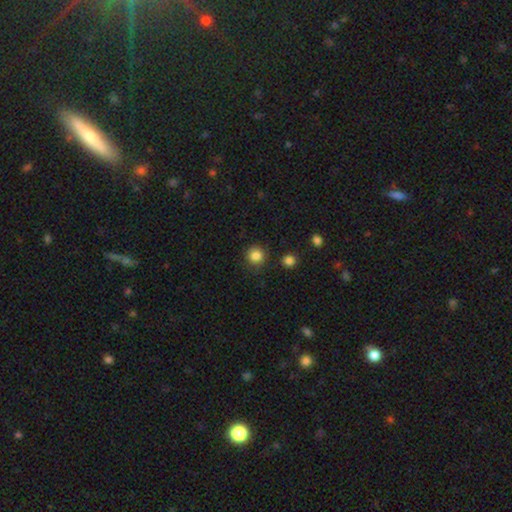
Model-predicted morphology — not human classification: This appears to be a smooth galaxy with no disk features (85%) that is round (91%). Merging: none (84%).